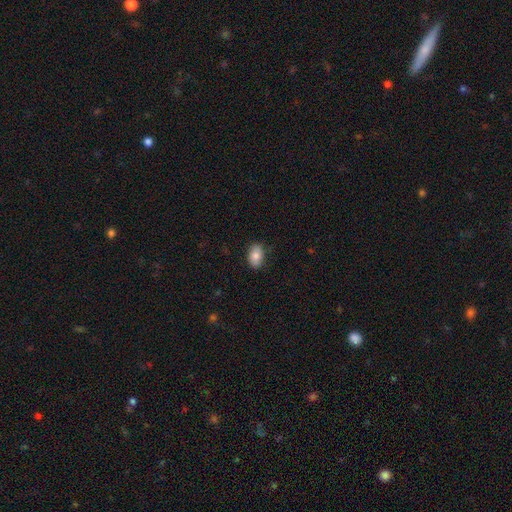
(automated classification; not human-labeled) smooth-or-featured: smooth: 83% | featured or disk: 10% | star or artifact: 8%
  how-rounded: in between: 89% | round: 10% | cigar-shaped: 1%
  merging: none: 84% | minor disturbance: 13% | major disturbance: 2% | merger: 1%